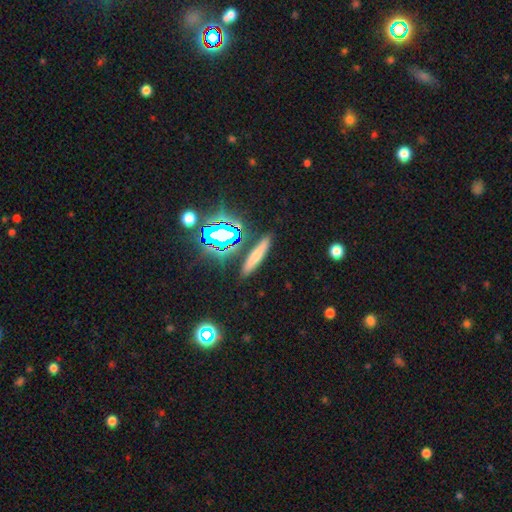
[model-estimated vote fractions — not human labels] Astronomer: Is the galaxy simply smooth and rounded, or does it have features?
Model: smooth — 59%.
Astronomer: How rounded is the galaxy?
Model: cigar-shaped — 82%.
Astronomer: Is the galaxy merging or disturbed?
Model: none — 86%.